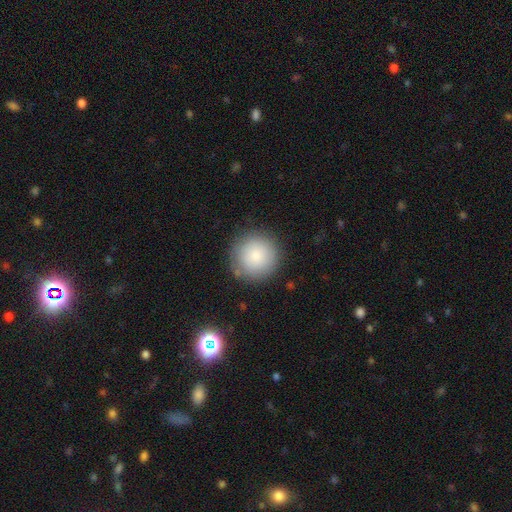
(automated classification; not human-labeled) This is clearly a smooth galaxy (85%). How rounded: clearly round (95%). Merging: clearly none (85%).